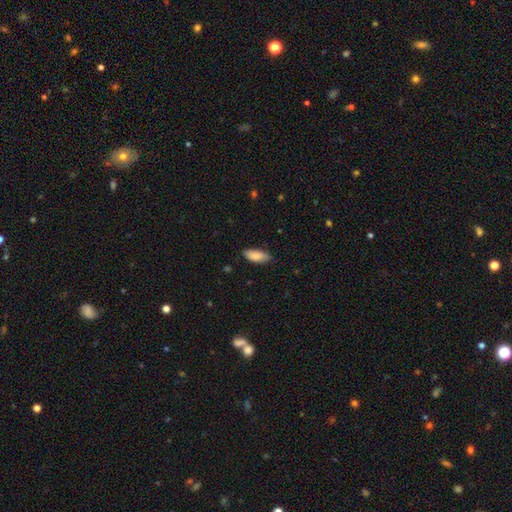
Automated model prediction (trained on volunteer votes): This is clearly a smooth galaxy (85%). How rounded: clearly in between (82%). Merging: likely none (80%).